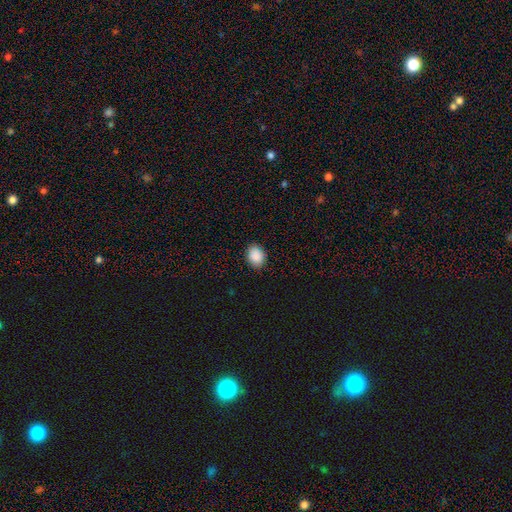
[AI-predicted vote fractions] smooth-or-featured: smooth: 90% | star or artifact: 8% | featured or disk: 3%
  how-rounded: in between: 61% | round: 38% | cigar-shaped: 1%
  merging: none: 88% | minor disturbance: 9% | major disturbance: 2% | merger: 1%